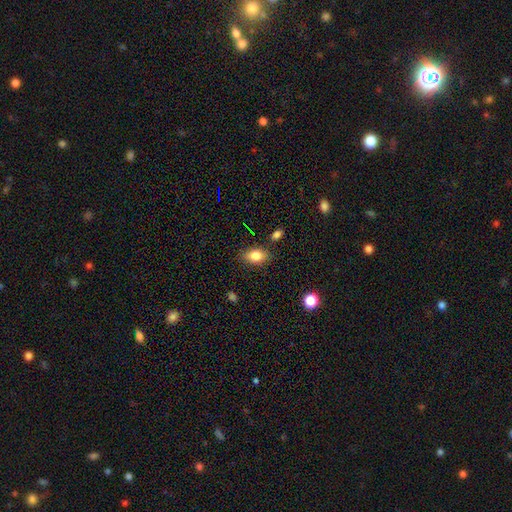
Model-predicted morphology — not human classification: A smooth galaxy with no disk features (80%) that is in between round and cigar-shaped (81%). Merging: none (81%).